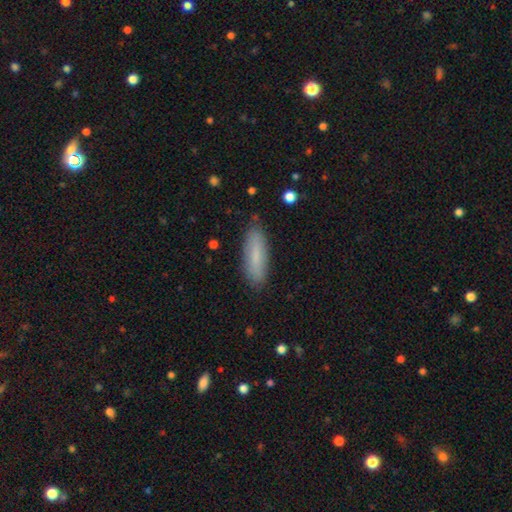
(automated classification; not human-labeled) Smooth or featured?
  - smooth: 76% *
  - featured or disk: 17%
  - star or artifact: 7%
How rounded?
  - cigar-shaped: 55% *
  - in between: 44%
  - round: 2%
Merging?
  - none: 85% *
  - minor disturbance: 11%
  - major disturbance: 2%
  - merger: 1%